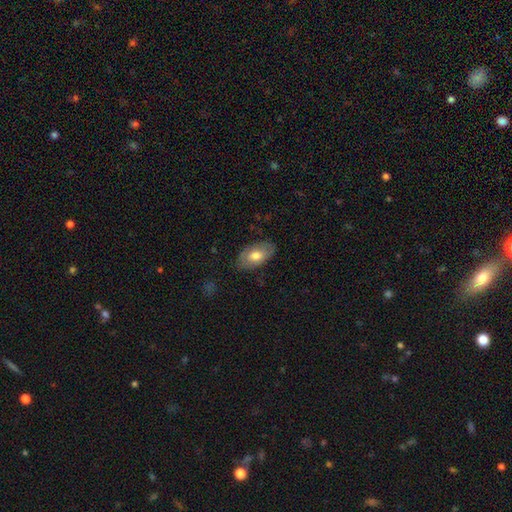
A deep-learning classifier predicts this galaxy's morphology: The model was most divided on "smooth or featured": smooth: 70%, featured or disk: 24%, star or artifact: 6%. More confident: how rounded — in between (94%); merging — none (80%).